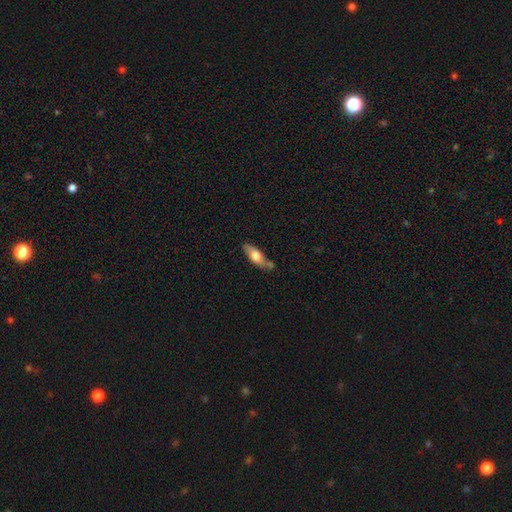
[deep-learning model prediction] Smooth or featured? smooth (60%)
How rounded? in between (60%)
Merging? none (66%)